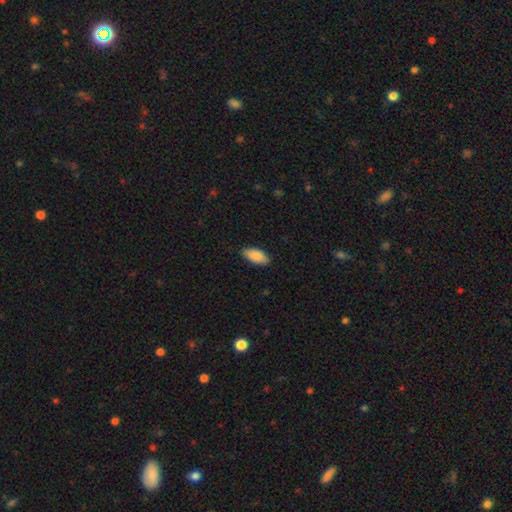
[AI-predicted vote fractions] This is clearly a smooth galaxy (90%). How rounded: clearly in between (92%). Merging: clearly none (85%).